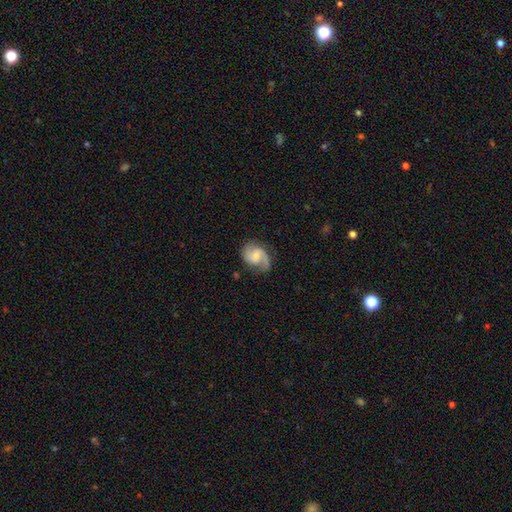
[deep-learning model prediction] Morphology: type=featured or disk (78%); edge-on=no (98%); bar=no (47%); spiral arms=yes (96%); winding=medium (49%); arm count=2 (74%); bulge=small (43%); merging=none (65%).